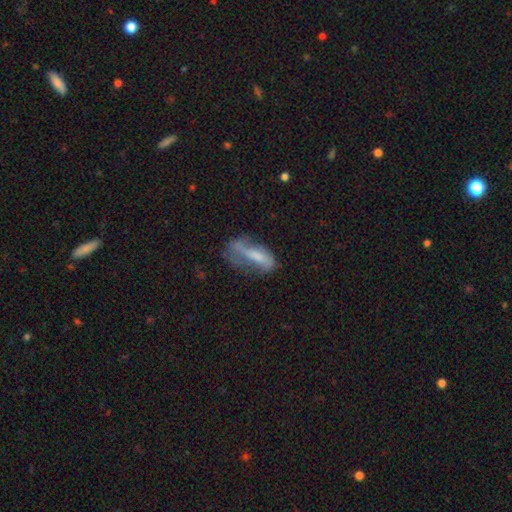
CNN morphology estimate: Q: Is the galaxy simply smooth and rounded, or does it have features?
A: smooth — 52%.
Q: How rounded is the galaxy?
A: in between — 58%.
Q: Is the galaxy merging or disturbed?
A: none — 36%.